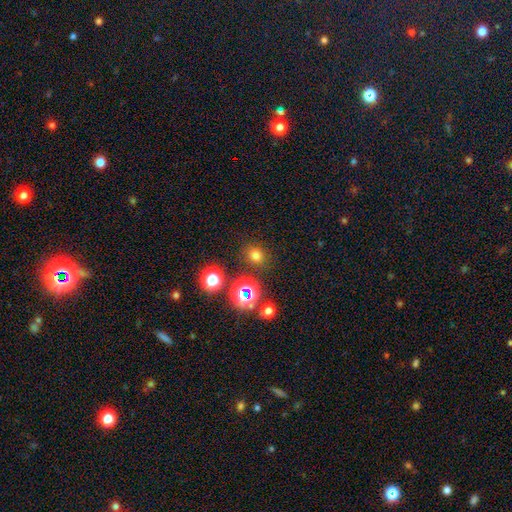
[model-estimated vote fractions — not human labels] Smooth or featured? Predicted: smooth (p=0.71). How rounded? Predicted: round (p=0.76). Merging? Predicted: none (p=0.83).